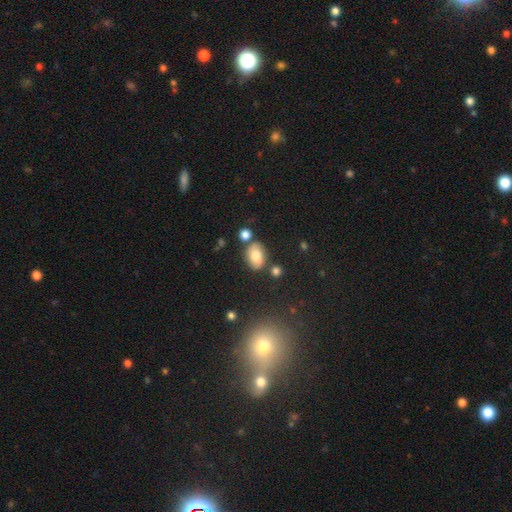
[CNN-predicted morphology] A smooth galaxy with no disk features (70%) that is in between round and cigar-shaped (78%).

Vote fractions:
- Smooth or featured? smooth: 70% / featured or disk: 18% / star or artifact: 11%
- How rounded? in between: 78% / round: 20% / cigar-shaped: 1%
- Merging? none: 69% / minor disturbance: 16% / merger: 10% / major disturbance: 4%